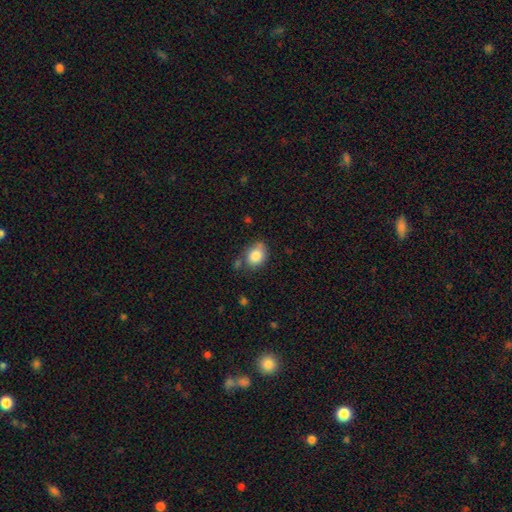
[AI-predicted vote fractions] smooth-or-featured: smooth: 84% | star or artifact: 9% | featured or disk: 7%
  how-rounded: in between: 63% | round: 36% | cigar-shaped: 1%
  merging: none: 62% | minor disturbance: 25% | merger: 8% | major disturbance: 6%